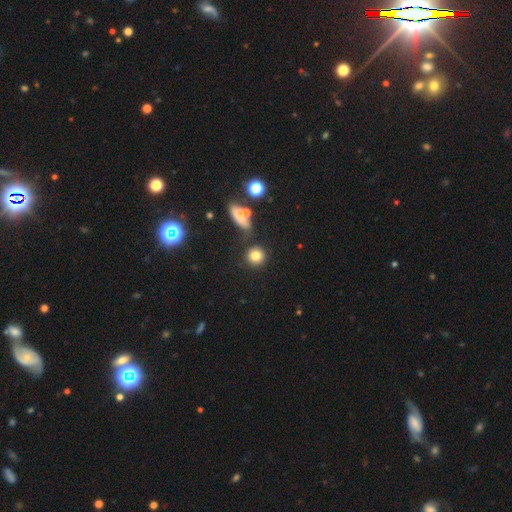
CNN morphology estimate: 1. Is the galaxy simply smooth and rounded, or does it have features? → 79% smooth, 12% star or artifact, 9% featured or disk.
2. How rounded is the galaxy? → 90% round, 9% in between, 2% cigar-shaped.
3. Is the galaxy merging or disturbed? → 79% none, 9% minor disturbance, 8% merger, 4% major disturbance.